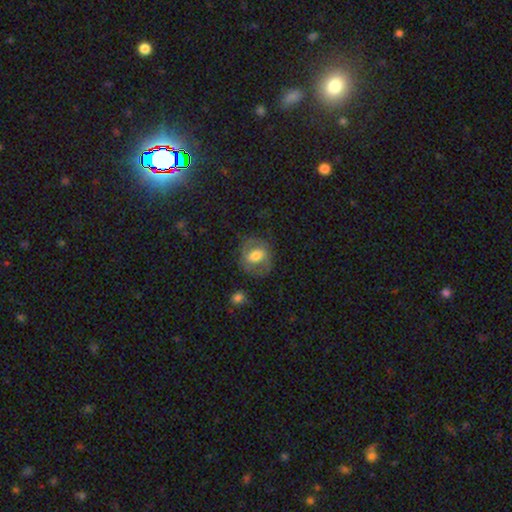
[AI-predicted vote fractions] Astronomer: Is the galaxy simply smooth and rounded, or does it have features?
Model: smooth — 50% (runner-up: featured or disk, 42%).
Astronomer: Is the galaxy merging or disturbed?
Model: none — 67%.